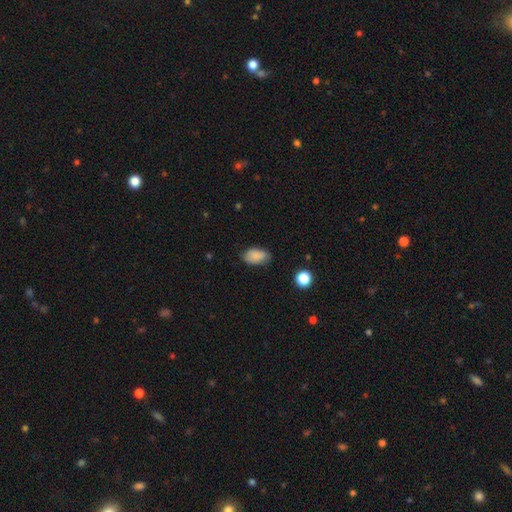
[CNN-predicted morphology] Smooth or featured: smooth — 85% (star or artifact — 8%)
How rounded: in between — 91% (round — 8%)
Merging: none — 71% (minor disturbance — 23%)